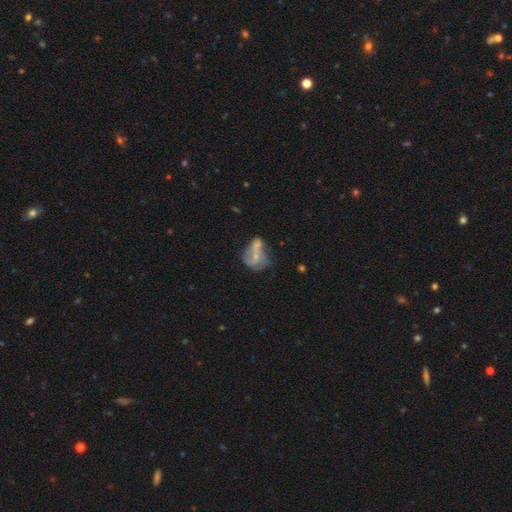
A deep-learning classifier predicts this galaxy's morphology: Smooth or featured?
  - featured or disk: 54% *
  - smooth: 37%
  - star or artifact: 9%
Edge-on disk?
  - no: 96% *
  - yes: 4%
Bar?
  - no: 49% *
  - weak: 36%
  - strong: 15%
Spiral arms?
  - yes: 52% *
  - no: 48%
Bulge size?
  - small: 54% *
  - moderate: 30%
  - none: 13%
  - large: 2%
  - dominant: 1%
Merging?
  - merger: 40% *
  - none: 25%
  - minor disturbance: 18%
  - major disturbance: 17%